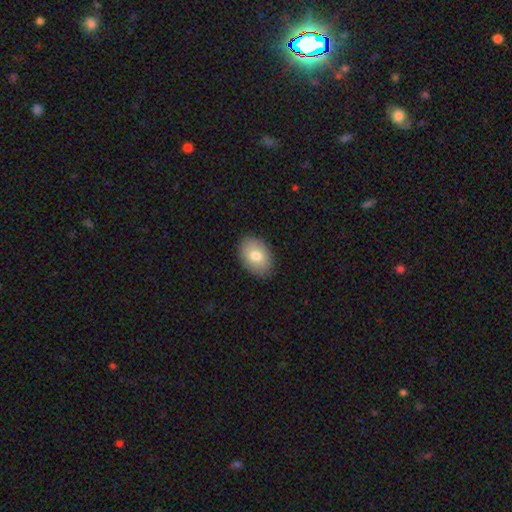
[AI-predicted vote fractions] Smooth or featured? smooth (77%)
How rounded? in between (83%)
Merging? none (87%)